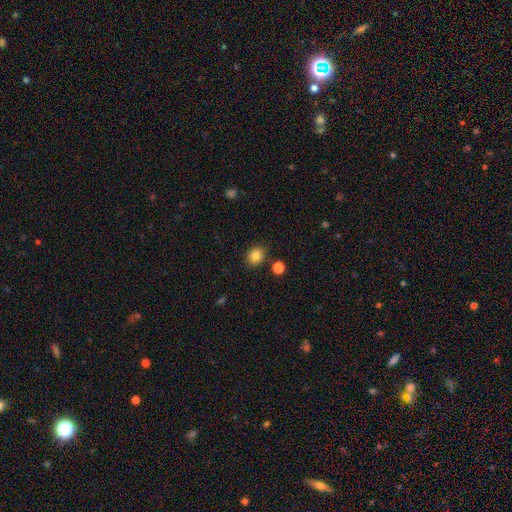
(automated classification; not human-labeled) Q: Smooth or featured?
A: smooth (83%); runner-up: star or artifact (11%)
Q: How rounded?
A: round (68%); runner-up: in between (31%)
Q: Merging?
A: none (85%); runner-up: minor disturbance (9%)